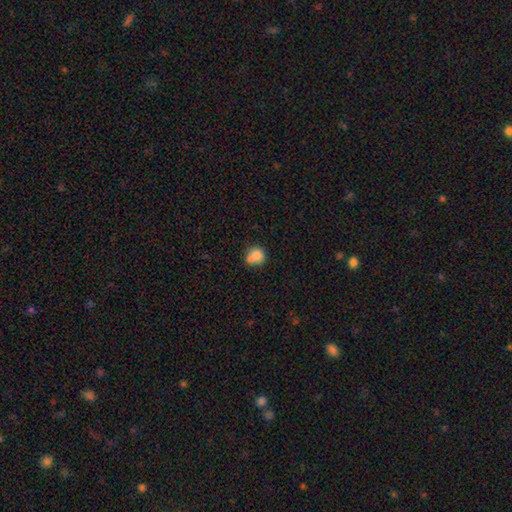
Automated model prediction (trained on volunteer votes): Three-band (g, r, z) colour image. It shows a smooth galaxy with no disk features (81%) that is round (82%). Merging: none (51%).